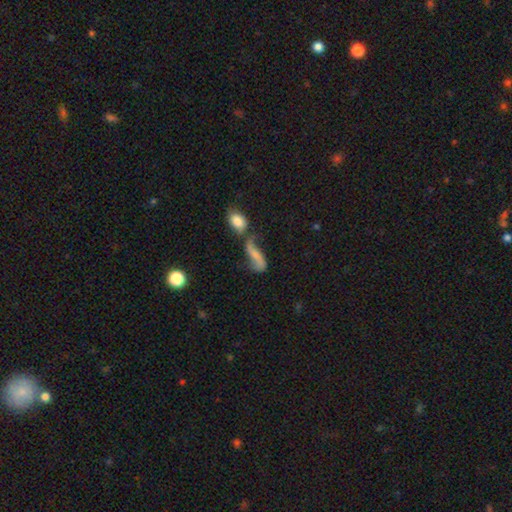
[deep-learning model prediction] smooth_or_featured: featured or disk (p=0.45) [alt: smooth p=0.44]
merging: merger (p=0.39) [alt: none p=0.28]